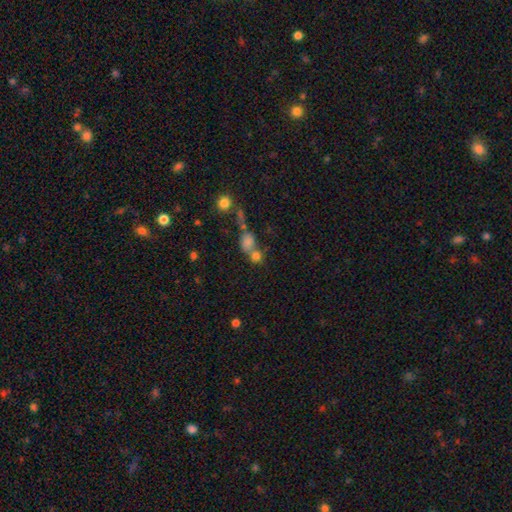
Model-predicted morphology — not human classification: Smooth or featured? smooth (48%)
Merging? merger (41%, tied with none)